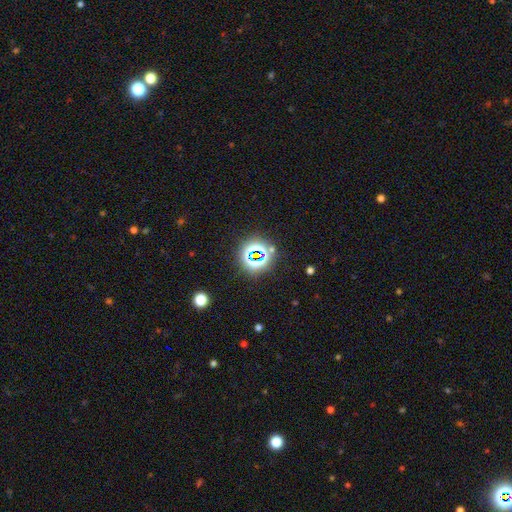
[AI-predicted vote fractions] smooth_or_featured: star or artifact (p=0.69) [alt: smooth p=0.21]